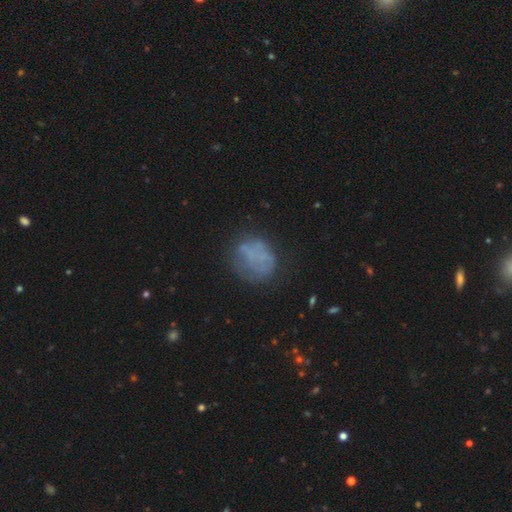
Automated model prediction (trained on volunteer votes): smooth 49%, featured or disk 36%, star or artifact 15%. Down the decision tree: merging — none (58%).